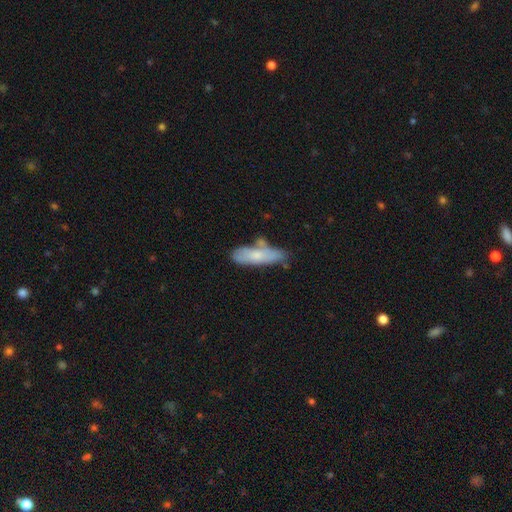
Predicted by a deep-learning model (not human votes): smooth 64%, featured or disk 30%, star or artifact 6%. Down the decision tree: how rounded — cigar-shaped (50%); merging — none (52%).